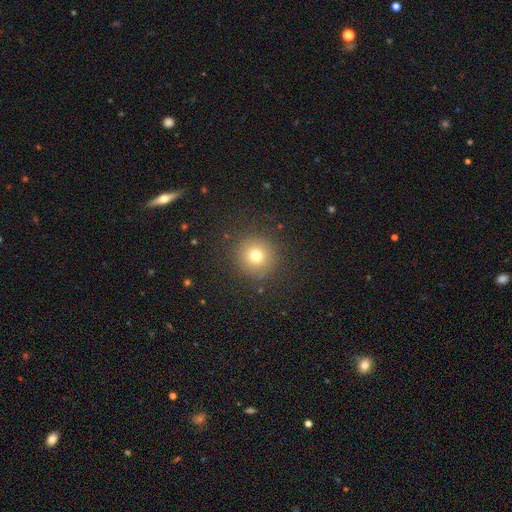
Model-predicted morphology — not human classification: A smooth galaxy with no disk features (73%) that is round (95%). Merging: none (88%).